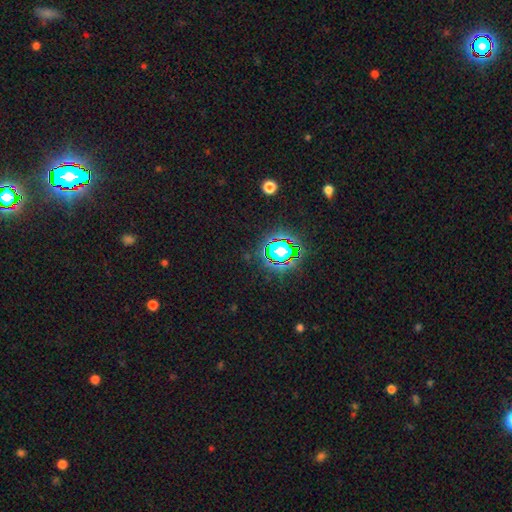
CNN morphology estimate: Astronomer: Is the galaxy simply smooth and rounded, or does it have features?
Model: star or artifact — 80%.